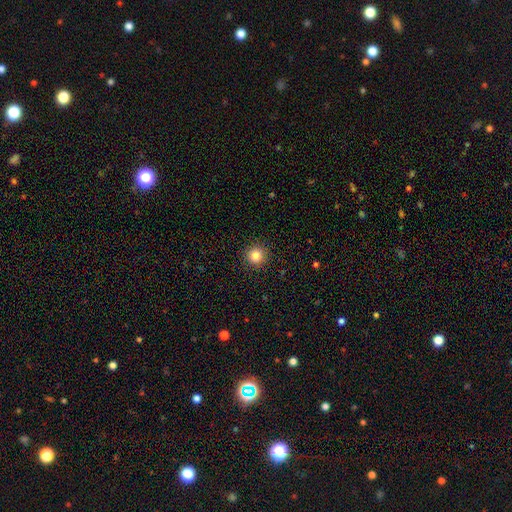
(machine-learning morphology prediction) This is clearly a smooth galaxy (83%). How rounded: clearly round (95%). Merging: clearly none (92%).